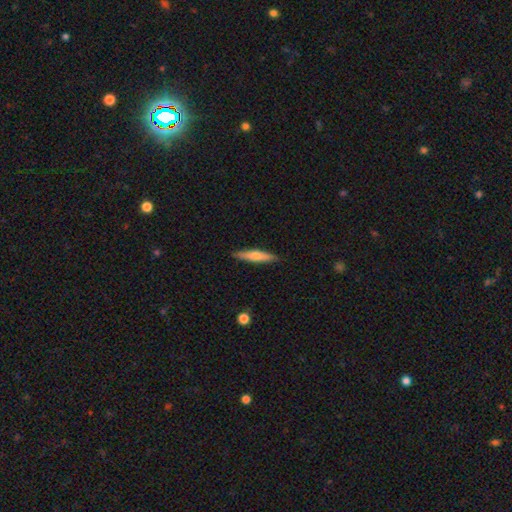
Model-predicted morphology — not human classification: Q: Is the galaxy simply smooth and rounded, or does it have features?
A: smooth — 55%.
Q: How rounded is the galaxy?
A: cigar-shaped — 89%.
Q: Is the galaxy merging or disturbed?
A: none — 90%.